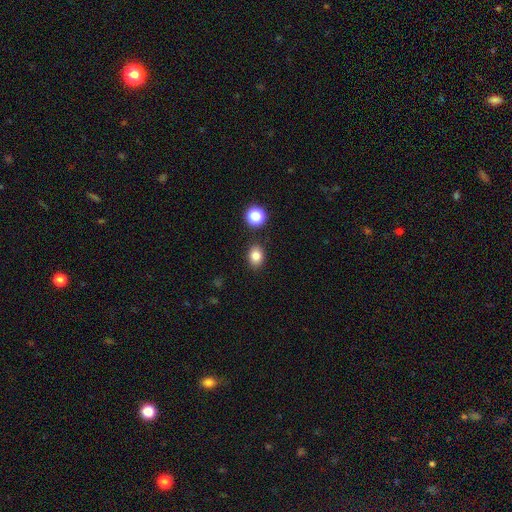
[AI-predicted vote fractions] Q: Smooth or featured?
A: smooth (82%); runner-up: star or artifact (12%)
Q: How rounded?
A: in between (63%); runner-up: round (36%)
Q: Merging?
A: none (84%); runner-up: minor disturbance (10%)